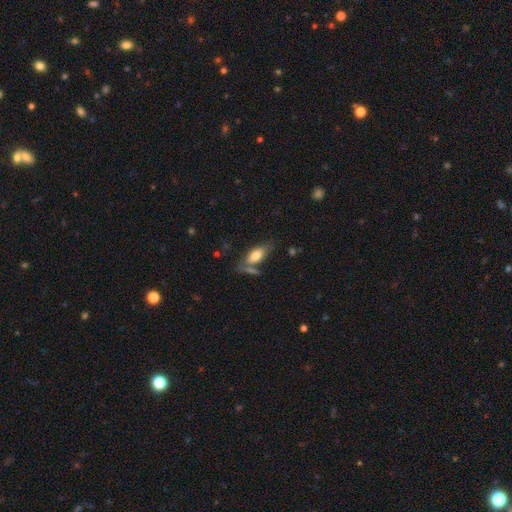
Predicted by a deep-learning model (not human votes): Smooth or featured: smooth — 72% (featured or disk — 21%)
How rounded: in between — 83% (cigar-shaped — 14%)
Merging: none — 58% (minor disturbance — 18%)